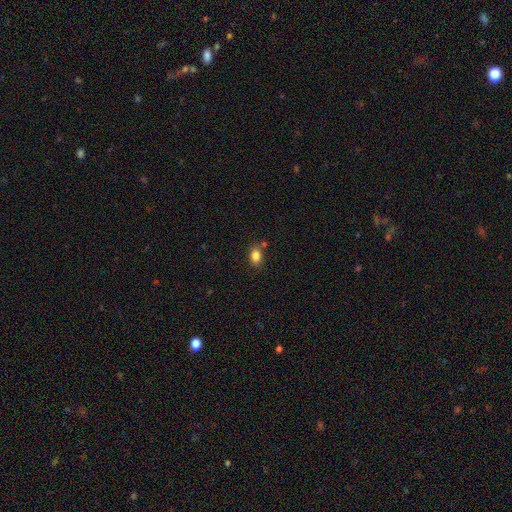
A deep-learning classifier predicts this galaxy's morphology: Smooth or featured? smooth (84%)
How rounded? in between (82%)
Merging? none (76%)